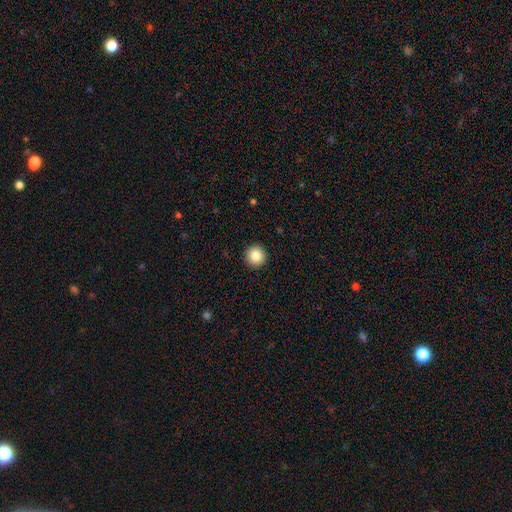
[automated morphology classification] Smooth or featured? Predicted: smooth (p=0.84). How rounded? Predicted: round (p=0.96). Merging? Predicted: none (p=0.93).